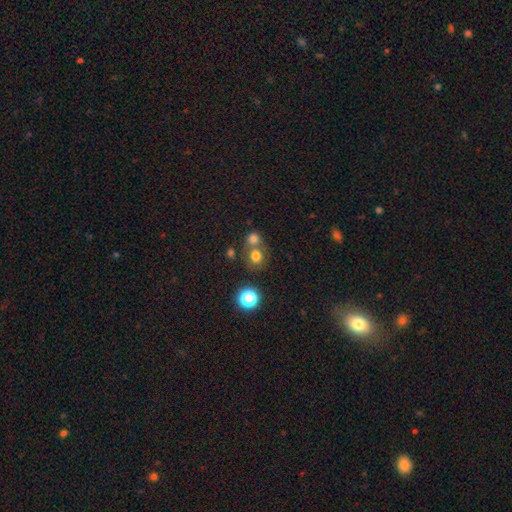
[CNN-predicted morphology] Overall: smooth (72%). How rounded: round (80%). Merging: none (49%; merger 39%).